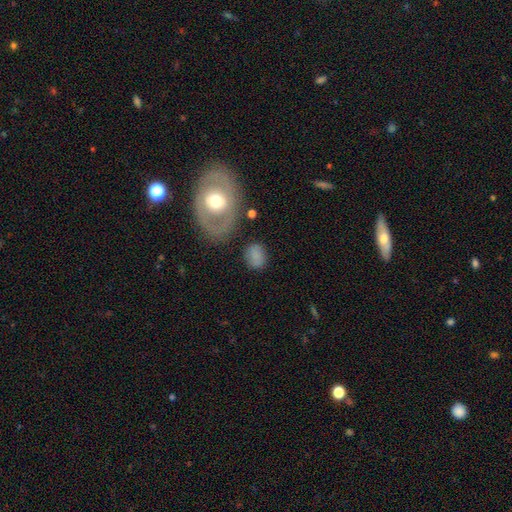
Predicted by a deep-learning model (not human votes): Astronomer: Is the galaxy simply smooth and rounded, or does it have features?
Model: smooth — 79%.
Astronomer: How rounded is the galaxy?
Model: in between — 59% (runner-up: round, 40%).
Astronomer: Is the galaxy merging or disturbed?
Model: none — 74%.